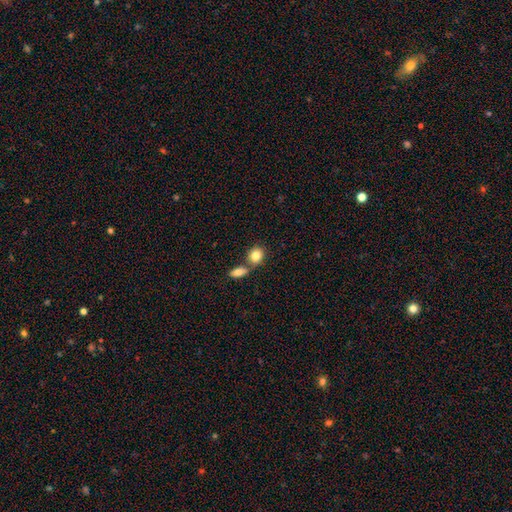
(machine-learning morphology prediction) Smooth or featured? smooth (84%)
How rounded? round (59%)
Merging? none (54%)